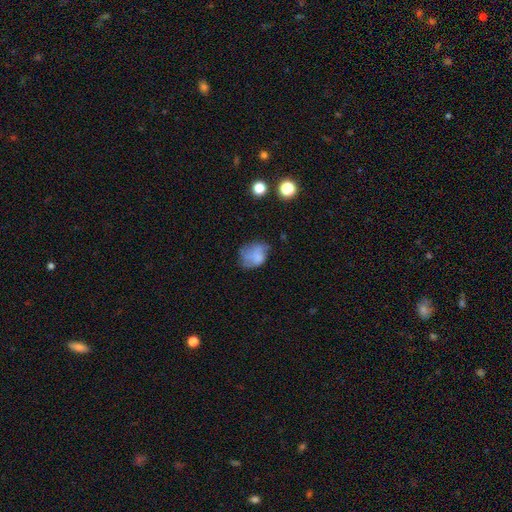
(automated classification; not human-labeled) Smooth or featured: smooth — 63% (featured or disk — 26%)
How rounded: in between — 58% (round — 41%)
Merging: none — 43% (minor disturbance — 31%)